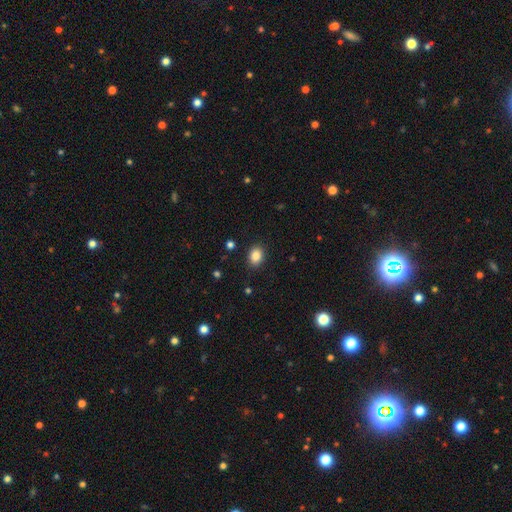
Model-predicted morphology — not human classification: This is clearly a smooth galaxy (86%). How rounded: likely in between (64%). Merging: clearly none (88%).